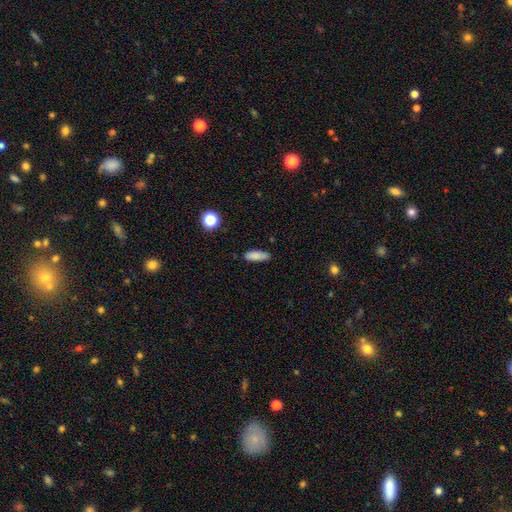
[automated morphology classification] This is clearly a smooth galaxy (85%). How rounded: likely in between (62%). Merging: clearly none (82%).